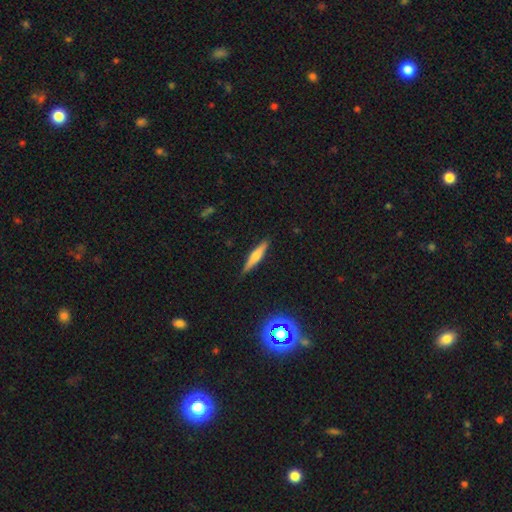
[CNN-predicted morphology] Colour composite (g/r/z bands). It shows a smooth galaxy with no disk features (47%). Merging: none (88%).